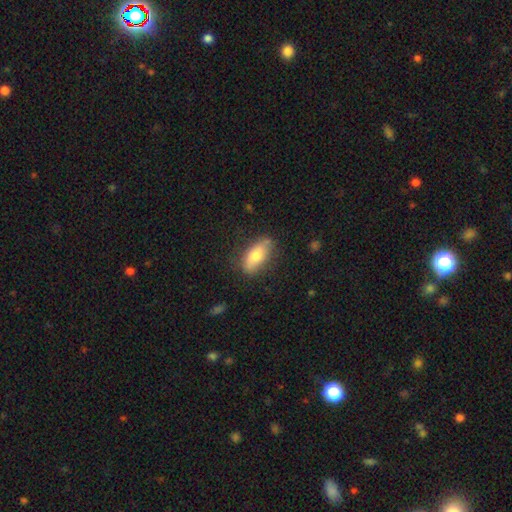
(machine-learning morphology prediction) Smooth or featured?
  - smooth: 69% *
  - featured or disk: 24%
  - star or artifact: 6%
How rounded?
  - in between: 80% *
  - cigar-shaped: 17%
  - round: 3%
Merging?
  - none: 76% *
  - minor disturbance: 19%
  - major disturbance: 4%
  - merger: 2%